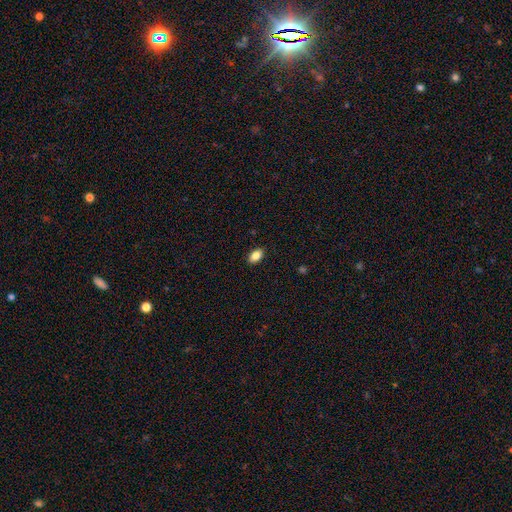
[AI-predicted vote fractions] Smooth or featured: smooth — 84% (star or artifact — 8%)
How rounded: in between — 89% (round — 8%)
Merging: none — 89% (minor disturbance — 9%)